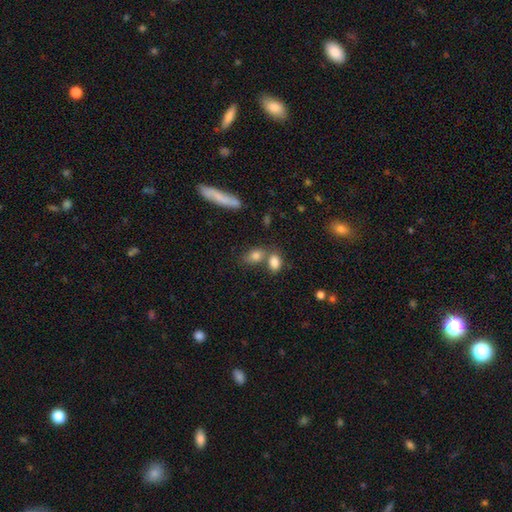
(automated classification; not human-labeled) Smooth or featured? smooth (81%)
How rounded? in between (76%)
Merging? none (47%)